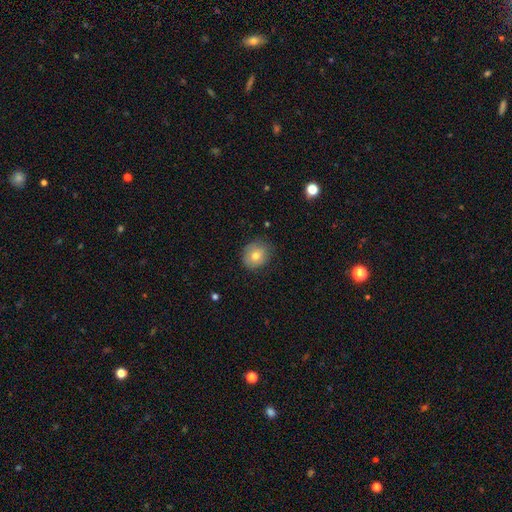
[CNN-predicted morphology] Smooth or featured? Predicted: smooth (p=0.74). How rounded? Predicted: round (p=0.72). Merging? Predicted: none (p=0.77).